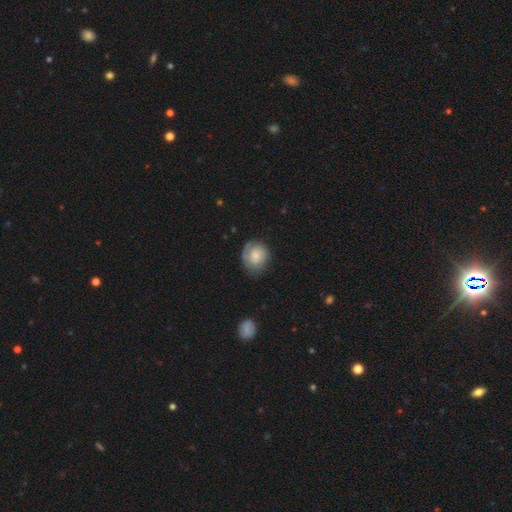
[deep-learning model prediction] Q: Smooth or featured?
A: featured or disk (47%); runner-up: smooth (46%)
Q: Merging?
A: none (66%); runner-up: minor disturbance (23%)